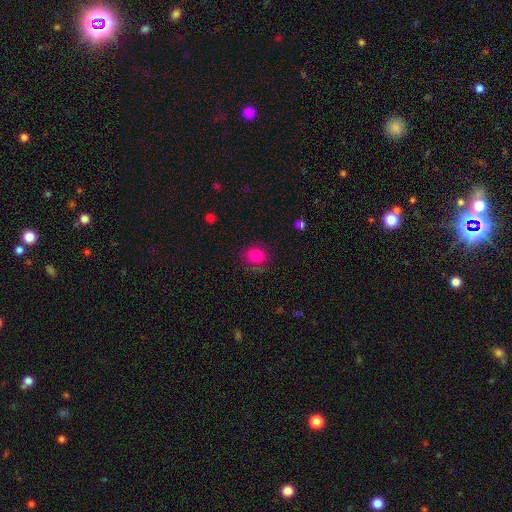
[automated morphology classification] Smooth or featured: smooth — 84% (star or artifact — 11%)
How rounded: round — 60% (in between — 39%)
Merging: none — 78% (minor disturbance — 15%)